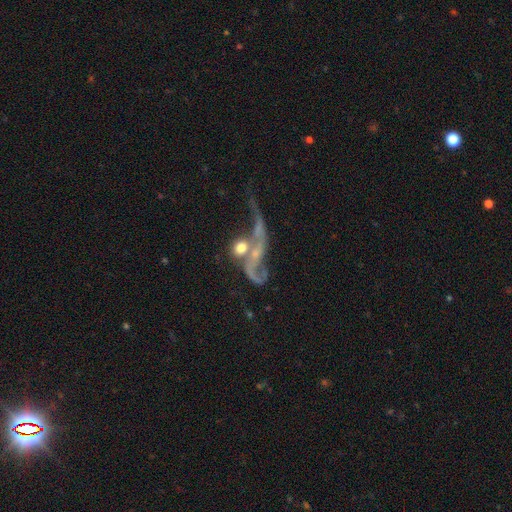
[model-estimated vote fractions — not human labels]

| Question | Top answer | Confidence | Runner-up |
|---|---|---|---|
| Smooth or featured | featured or disk | 75% | smooth (13%) |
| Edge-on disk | no | 94% | yes (6%) |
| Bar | no | 65% | weak (26%) |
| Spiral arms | yes | 74% | no (26%) |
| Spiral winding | loose | 78% | medium (16%) |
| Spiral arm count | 2 | 57% | 1 (21%) |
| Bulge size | small | 48% | moderate (29%) |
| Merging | merger | 44% | major disturbance (29%) |